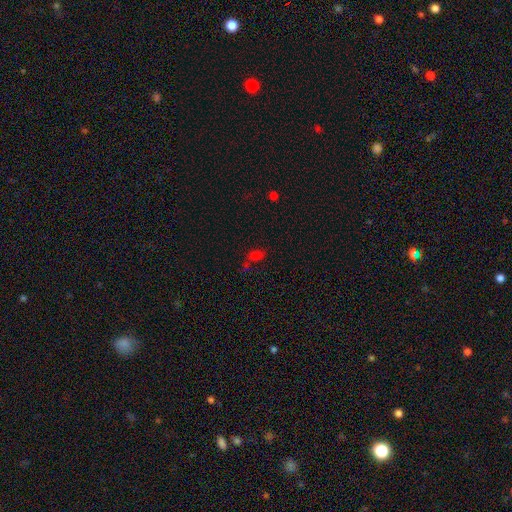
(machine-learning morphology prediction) smooth-or-featured: smooth: 56% | star or artifact: 33% | featured or disk: 11%
  how-rounded: in between: 82% | round: 13% | cigar-shaped: 5%
  merging: none: 41% | merger: 26% | minor disturbance: 17% | major disturbance: 15%